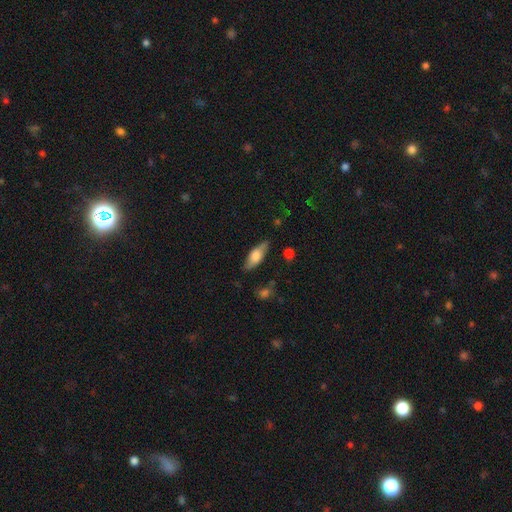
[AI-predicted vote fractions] Smooth or featured?
  - smooth: 63% *
  - featured or disk: 31%
  - star or artifact: 6%
How rounded?
  - in between: 63% *
  - cigar-shaped: 34%
  - round: 3%
Merging?
  - none: 80% *
  - minor disturbance: 15%
  - major disturbance: 3%
  - merger: 2%